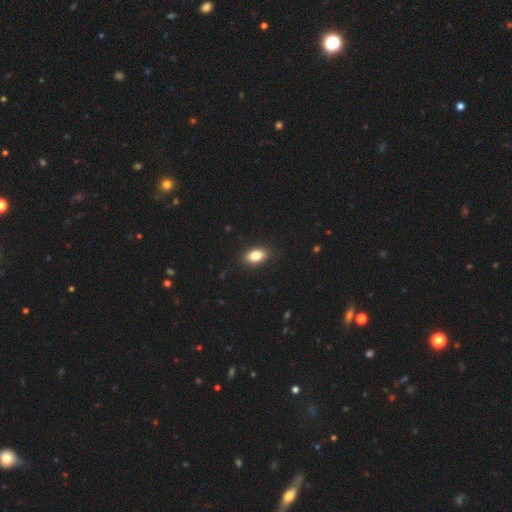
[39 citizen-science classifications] Smooth or featured? 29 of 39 (74%) said smooth. How rounded? 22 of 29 (76%) said in between. Merging? 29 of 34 (85%) said none.